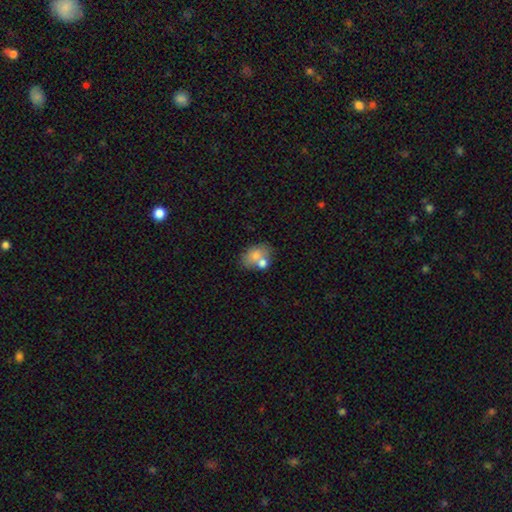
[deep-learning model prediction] Q: Smooth or featured?
A: smooth (71%); runner-up: featured or disk (20%)
Q: How rounded?
A: in between (69%); runner-up: round (30%)
Q: Merging?
A: none (47%); runner-up: merger (33%)